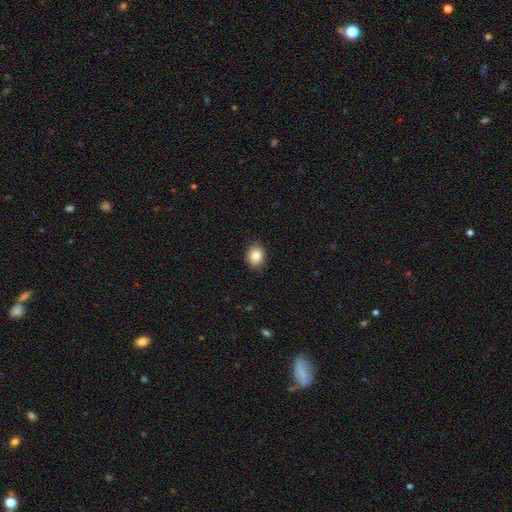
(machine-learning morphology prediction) Smooth or featured? smooth (86%)
How rounded? in between (55%)
Merging? none (88%)